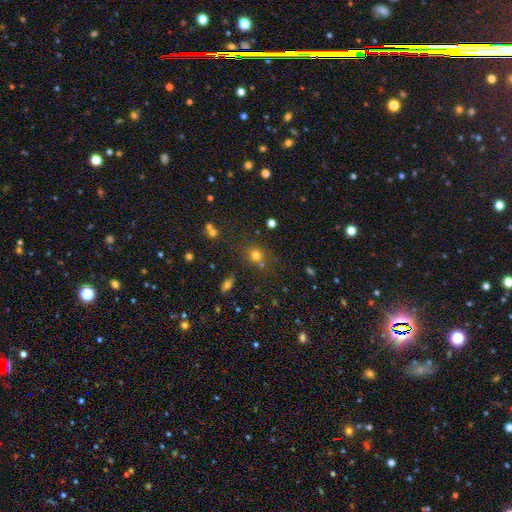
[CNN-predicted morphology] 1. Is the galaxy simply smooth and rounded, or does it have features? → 69% smooth, 21% star or artifact, 9% featured or disk.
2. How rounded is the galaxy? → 78% round, 21% in between, 1% cigar-shaped.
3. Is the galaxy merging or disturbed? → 66% none, 17% merger, 12% minor disturbance, 5% major disturbance.